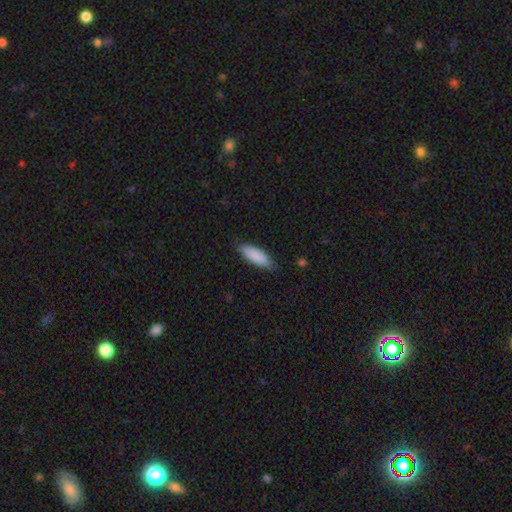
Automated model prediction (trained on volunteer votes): smooth 89%, featured or disk 6%, star or artifact 6%. Down the decision tree: how rounded — in between (60%); merging — none (81%).